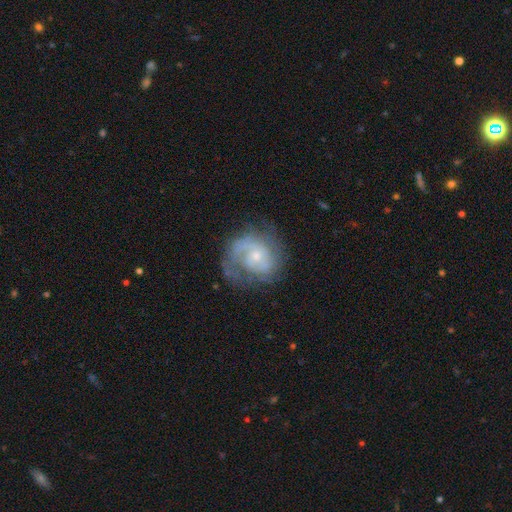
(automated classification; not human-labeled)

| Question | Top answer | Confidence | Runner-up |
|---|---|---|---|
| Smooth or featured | featured or disk | 81% | smooth (13%) |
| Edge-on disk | no | 98% | yes (2%) |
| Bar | no | 69% | weak (27%) |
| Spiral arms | yes | 92% | no (8%) |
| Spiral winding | tight | 43% | medium (40%) |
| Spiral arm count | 2 | 42% | can't tell (22%) |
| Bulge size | small | 68% | moderate (27%) |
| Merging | none | 61% | minor disturbance (20%) |